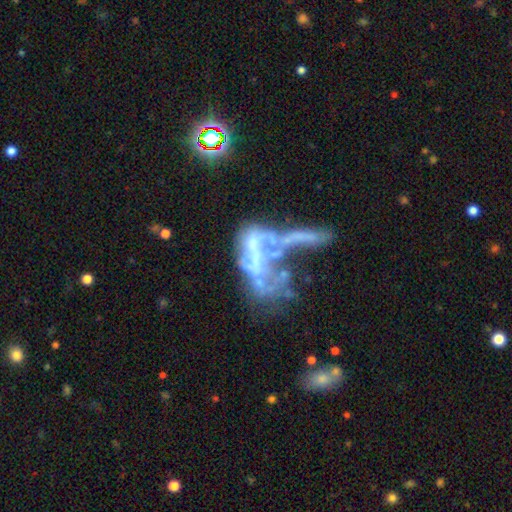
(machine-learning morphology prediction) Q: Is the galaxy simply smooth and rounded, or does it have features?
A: featured or disk — 67%.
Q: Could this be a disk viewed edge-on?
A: no — 95%.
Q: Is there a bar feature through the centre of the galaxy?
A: no — 76%.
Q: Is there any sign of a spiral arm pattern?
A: no — 82%.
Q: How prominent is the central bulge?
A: none — 66%.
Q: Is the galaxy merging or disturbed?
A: major disturbance — 41%.